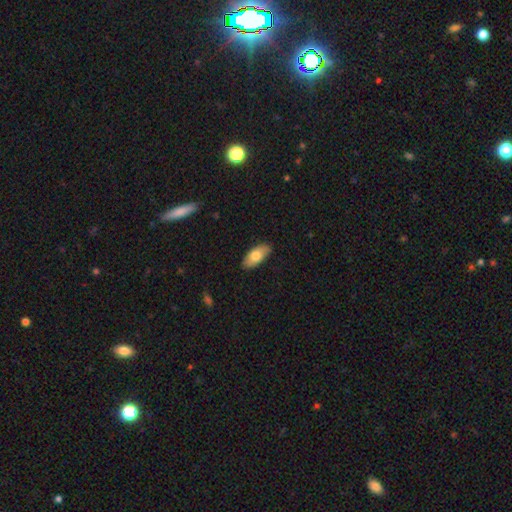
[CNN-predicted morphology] Q: Smooth or featured?
A: smooth (76%); runner-up: featured or disk (18%)
Q: How rounded?
A: in between (89%); runner-up: cigar-shaped (9%)
Q: Merging?
A: none (87%); runner-up: minor disturbance (11%)